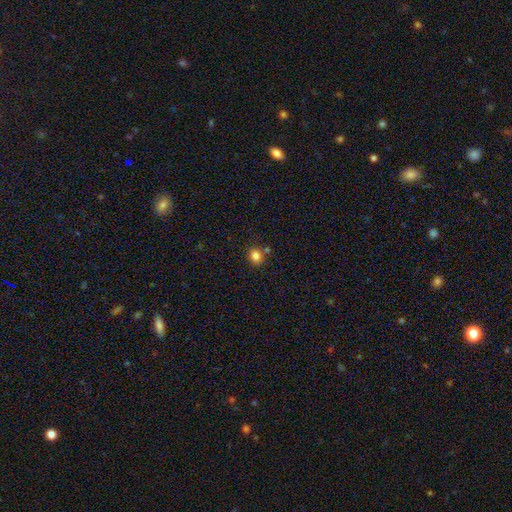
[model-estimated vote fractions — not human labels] A smooth galaxy with no disk features (83%) that is round (73%). Merging: none (76%).